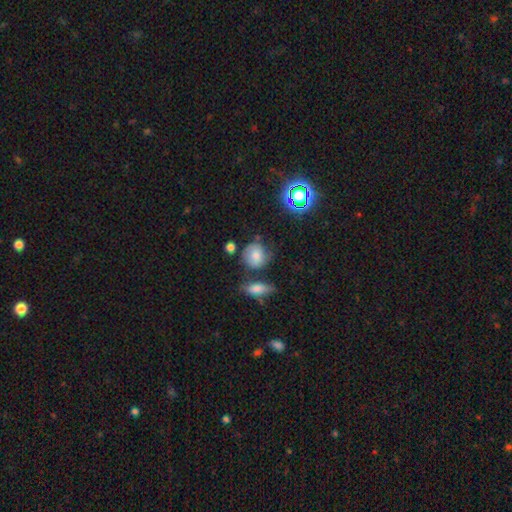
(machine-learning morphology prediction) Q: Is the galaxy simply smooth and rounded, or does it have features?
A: smooth — 65%.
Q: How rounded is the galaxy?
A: round — 79%.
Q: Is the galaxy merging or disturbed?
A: none — 57%.